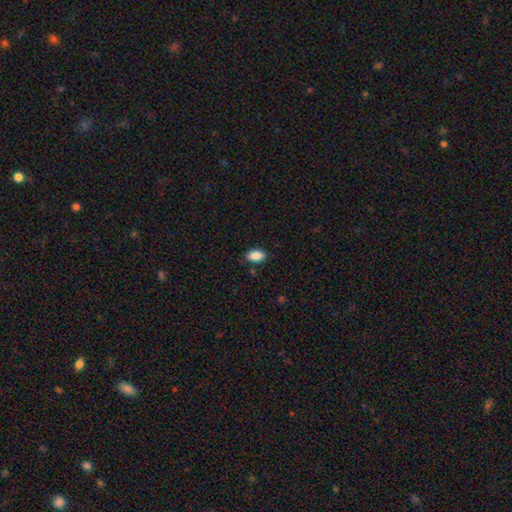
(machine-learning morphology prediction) Overall: smooth (89%). How rounded: in between (92%). Merging: none (86%).